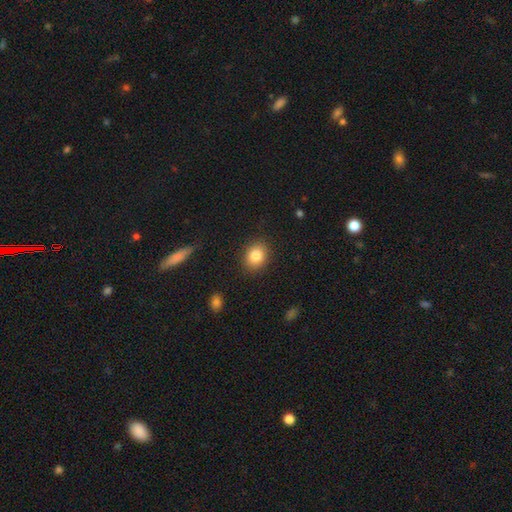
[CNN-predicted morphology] smooth-or-featured: smooth: 82% | star or artifact: 10% | featured or disk: 8%
  how-rounded: round: 60% | in between: 39% | cigar-shaped: 1%
  merging: none: 88% | minor disturbance: 9% | major disturbance: 3% | merger: 1%